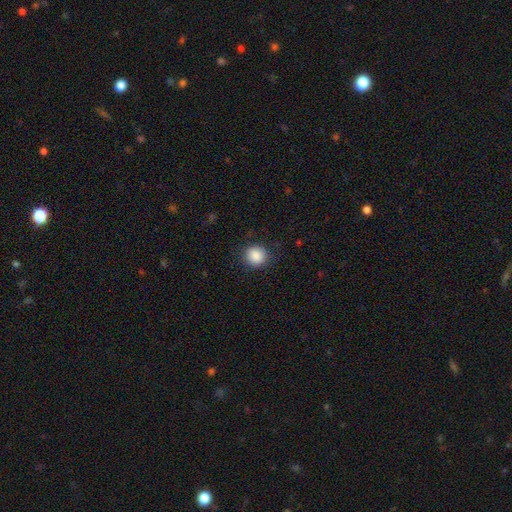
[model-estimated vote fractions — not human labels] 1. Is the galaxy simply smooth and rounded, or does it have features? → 88% smooth, 9% star or artifact, 3% featured or disk.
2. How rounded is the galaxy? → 83% round, 16% in between, 1% cigar-shaped.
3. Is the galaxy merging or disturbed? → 86% none, 10% minor disturbance, 3% major disturbance, 1% merger.